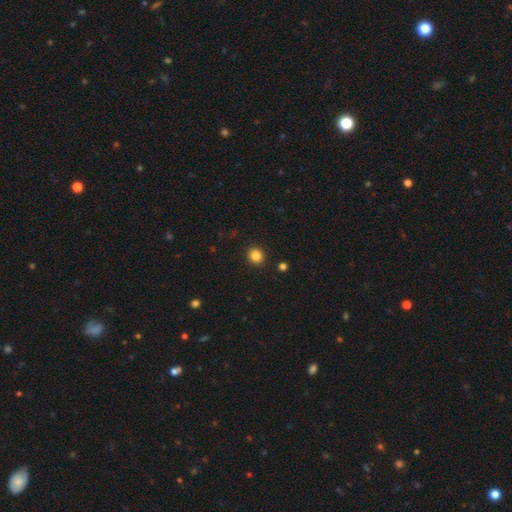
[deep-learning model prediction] Overall: smooth (86%). How rounded: round (85%). Merging: none (91%).